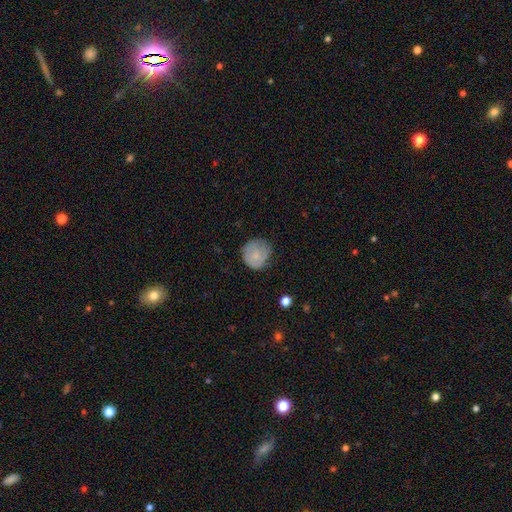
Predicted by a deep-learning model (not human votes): Morphology: type=smooth (70%); roundness=round (88%); merging=none (66%).